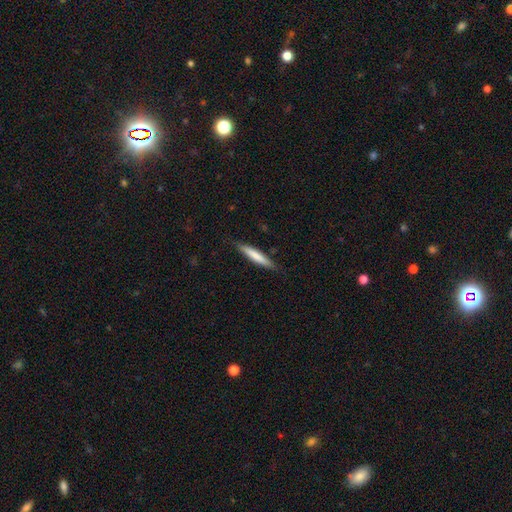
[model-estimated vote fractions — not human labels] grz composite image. It shows a smooth galaxy with no disk features (71%) that is cigar-shaped (92%). Merging: none (85%).